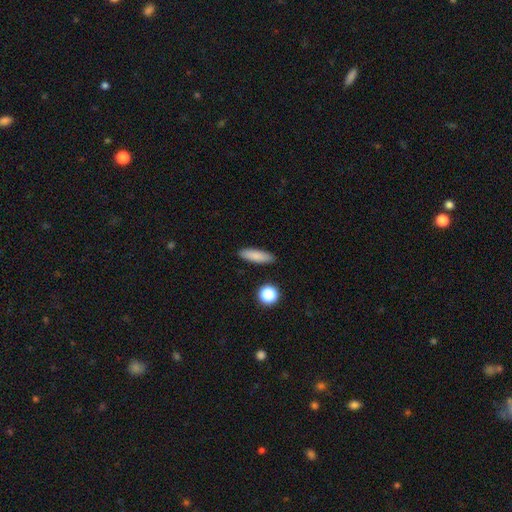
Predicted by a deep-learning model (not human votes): This appears to be a smooth galaxy with no disk features (85%) that is cigar-shaped (55%). Merging: none (90%).